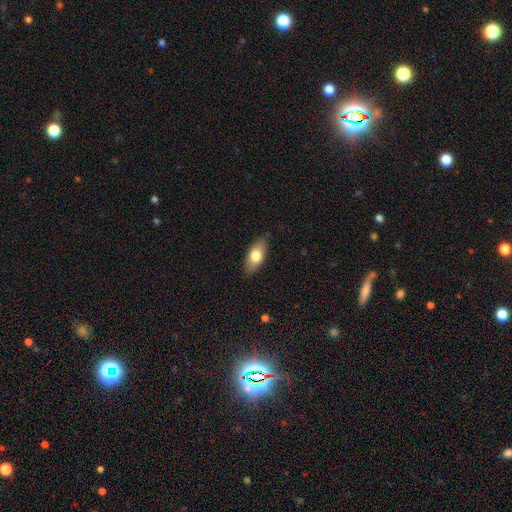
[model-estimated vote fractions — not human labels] Smooth or featured?
  - smooth: 72% *
  - featured or disk: 22%
  - star or artifact: 6%
How rounded?
  - in between: 85% *
  - cigar-shaped: 11%
  - round: 4%
Merging?
  - none: 83% *
  - minor disturbance: 13%
  - major disturbance: 3%
  - merger: 1%